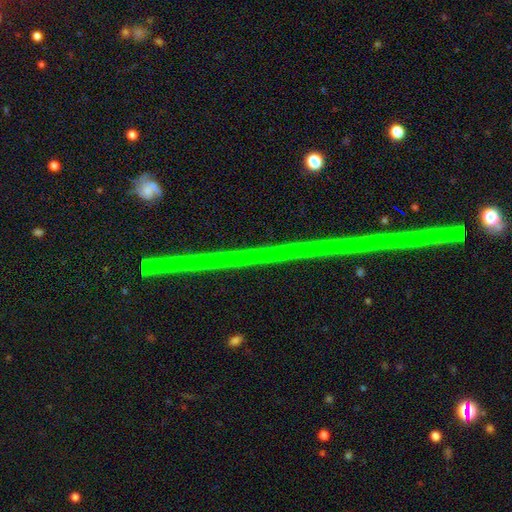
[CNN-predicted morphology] type=star or artifact (81%).